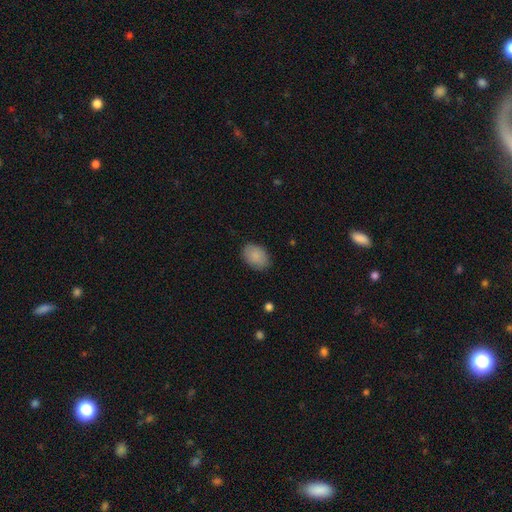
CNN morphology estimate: smooth 89%, star or artifact 7%, featured or disk 4%. Down the decision tree: how rounded — in between (83%); merging — none (84%).